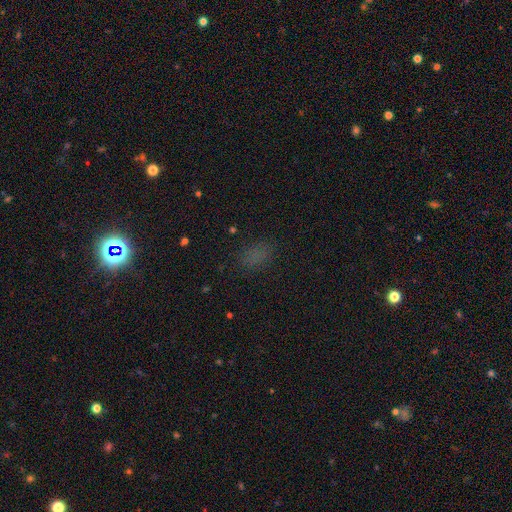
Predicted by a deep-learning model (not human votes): smooth 68%, star or artifact 25%, featured or disk 7%. Down the decision tree: how rounded — in between (77%); merging — none (79%).